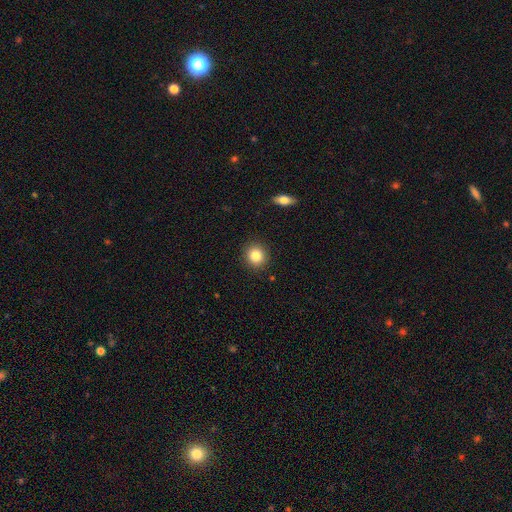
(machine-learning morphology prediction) Smooth or featured? Predicted: smooth (p=0.83). How rounded? Predicted: round (p=0.87). Merging? Predicted: none (p=0.91).